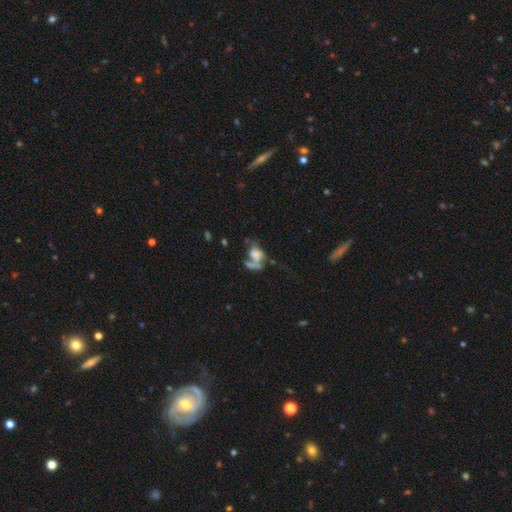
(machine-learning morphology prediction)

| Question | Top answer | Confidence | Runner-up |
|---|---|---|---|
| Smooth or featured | smooth | 47% | featured or disk (40%) |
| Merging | merger | 39% | major disturbance (29%) |